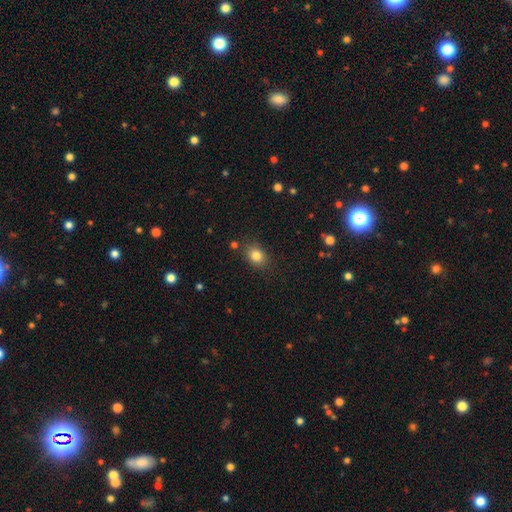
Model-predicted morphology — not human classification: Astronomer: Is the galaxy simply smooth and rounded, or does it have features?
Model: smooth — 82%.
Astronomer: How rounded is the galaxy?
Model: in between — 56% (runner-up: round, 42%).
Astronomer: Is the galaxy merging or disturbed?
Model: none — 82%.